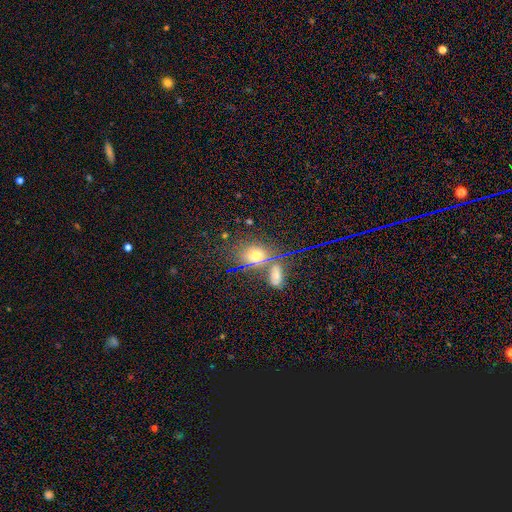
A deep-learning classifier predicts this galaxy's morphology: smooth-or-featured: smooth: 58% | star or artifact: 27% | featured or disk: 15%
  how-rounded: in between: 54% | round: 43% | cigar-shaped: 3%
  merging: none: 61% | merger: 21% | minor disturbance: 12% | major disturbance: 7%